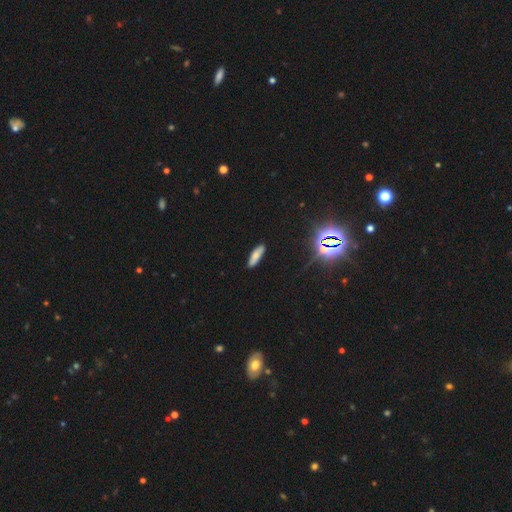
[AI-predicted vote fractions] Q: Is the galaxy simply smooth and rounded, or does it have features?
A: smooth — 74%.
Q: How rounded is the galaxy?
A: cigar-shaped — 55%.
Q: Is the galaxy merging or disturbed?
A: none — 87%.